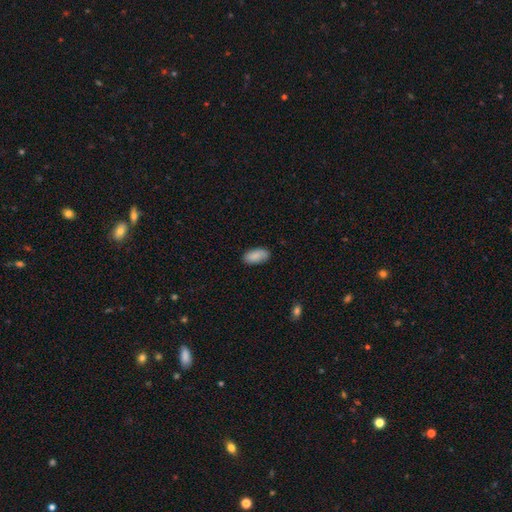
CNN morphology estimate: Smooth or featured? Predicted: smooth (p=0.88). How rounded? Predicted: in between (p=0.92). Merging? Predicted: none (p=0.85).